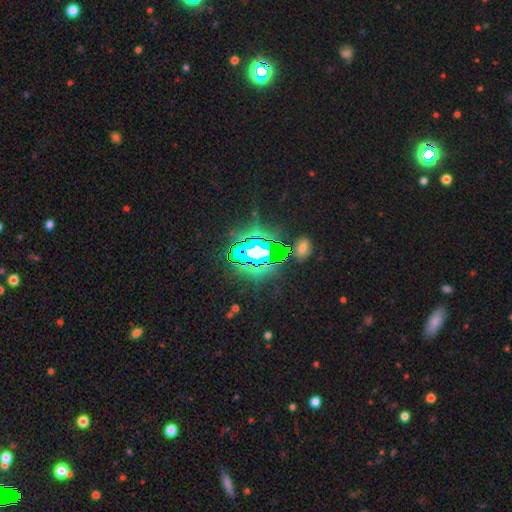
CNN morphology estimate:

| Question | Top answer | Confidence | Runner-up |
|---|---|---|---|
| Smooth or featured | star or artifact | 75% | featured or disk (12%) |